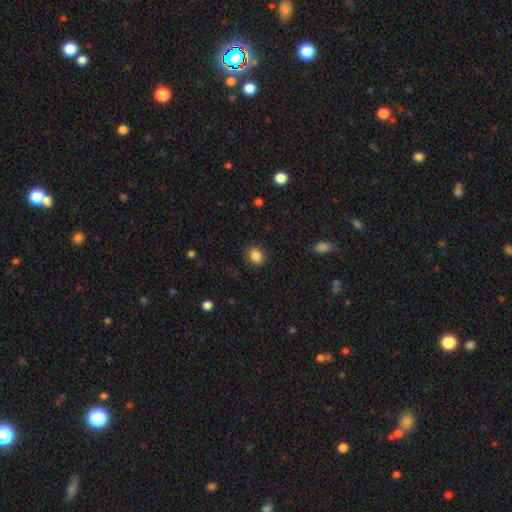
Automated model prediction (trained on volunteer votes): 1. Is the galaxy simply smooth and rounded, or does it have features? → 86% smooth, 9% star or artifact, 5% featured or disk.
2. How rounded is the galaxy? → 50% in between, 49% round, 1% cigar-shaped.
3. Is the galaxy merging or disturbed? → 85% none, 11% minor disturbance, 3% major disturbance, 1% merger.